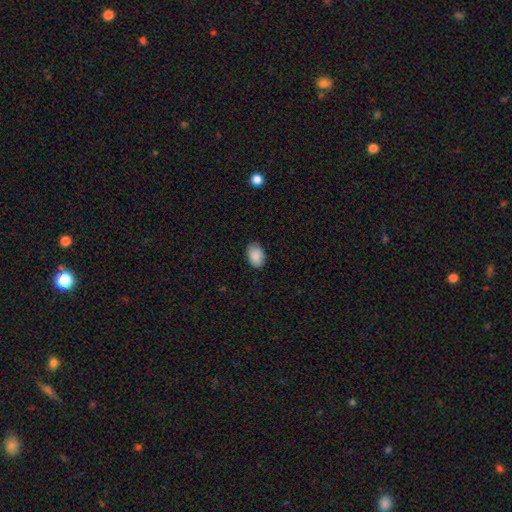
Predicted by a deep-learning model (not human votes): Smooth or featured? Predicted: smooth (p=0.89). How rounded? Predicted: in between (p=0.86). Merging? Predicted: none (p=0.82).